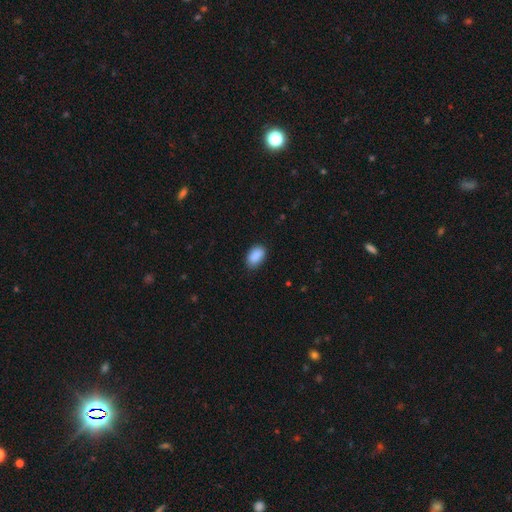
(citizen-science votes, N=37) Volunteers were most divided on "merging": none: 86%, minor disturbance: 14%, major disturbance: 0%, merger: 0%. More confident: smooth or featured — smooth (92%); how rounded — in between (88%).